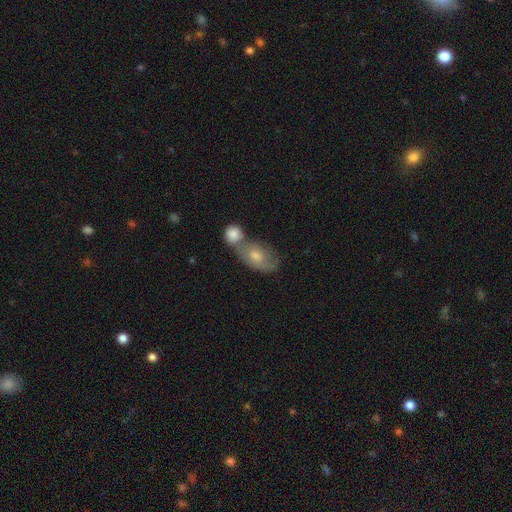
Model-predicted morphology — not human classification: A smooth galaxy with no disk features (59%) that is in between round and cigar-shaped (79%). Merging: merger (58%).